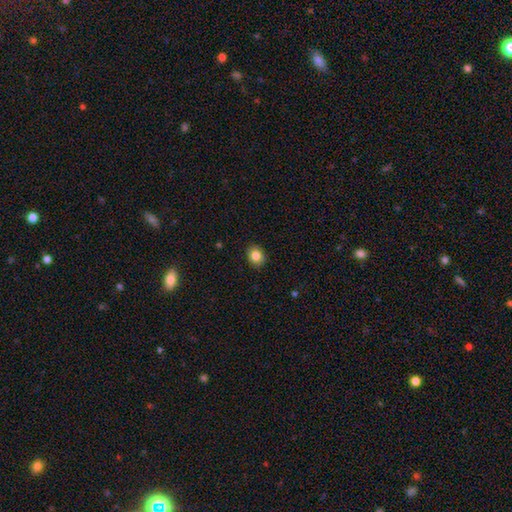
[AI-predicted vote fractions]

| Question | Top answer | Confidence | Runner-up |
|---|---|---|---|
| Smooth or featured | smooth | 83% | star or artifact (10%) |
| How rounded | round | 61% | in between (39%) |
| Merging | none | 89% | minor disturbance (8%) |